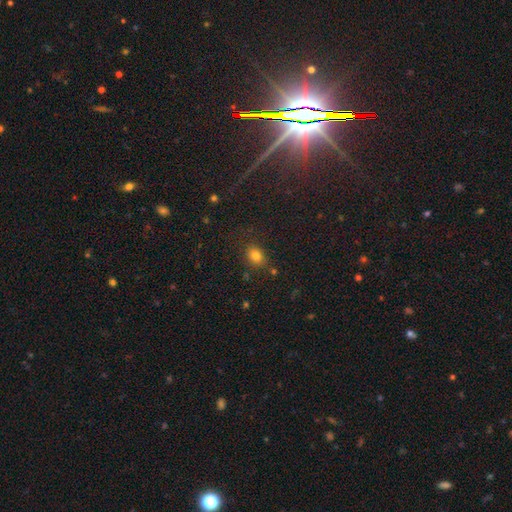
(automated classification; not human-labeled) Overall: smooth (79%). How rounded: in between (54%; round 45%). Merging: none (79%).